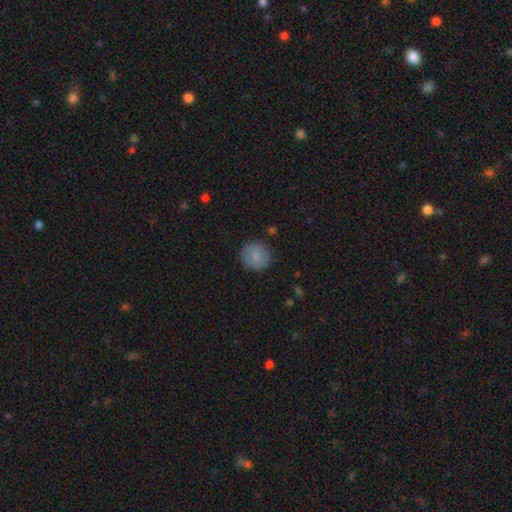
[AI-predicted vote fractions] smooth_or_featured: smooth (p=0.81) [alt: featured or disk p=0.11]
how_rounded: round (p=0.92) [alt: in between p=0.07]
merging: none (p=0.85) [alt: minor disturbance p=0.10]